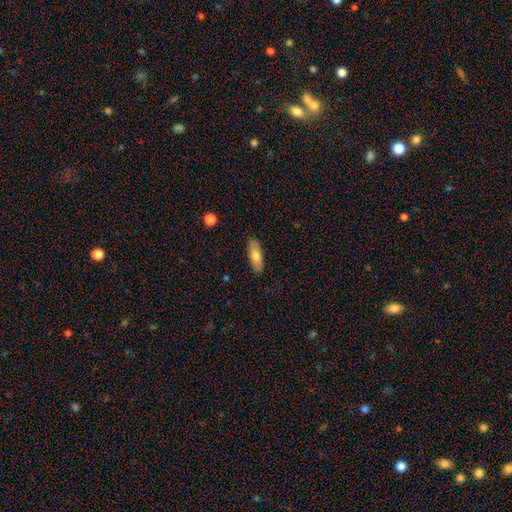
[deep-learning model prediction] Smooth or featured? smooth (70%)
How rounded? in between (68%)
Merging? none (86%)